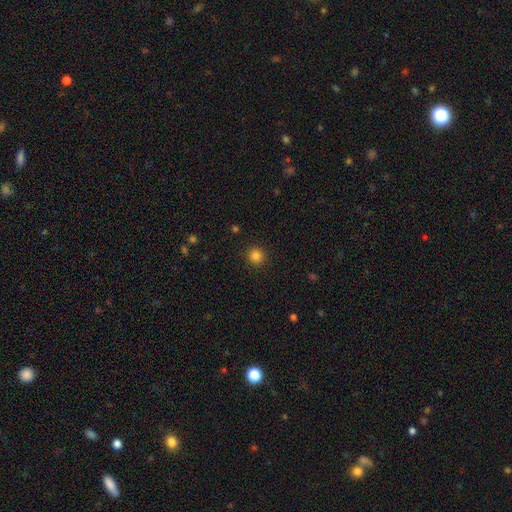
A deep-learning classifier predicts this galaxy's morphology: smooth-or-featured: smooth: 84% | star or artifact: 12% | featured or disk: 4%
  how-rounded: round: 94% | in between: 5% | cigar-shaped: 1%
  merging: none: 92% | minor disturbance: 5% | major disturbance: 2% | merger: 1%